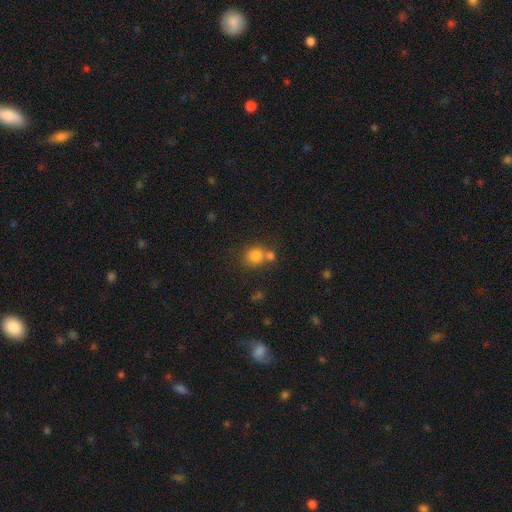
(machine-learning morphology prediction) The model was most divided on "merging": none: 54%, merger: 33%, minor disturbance: 9%, major disturbance: 4%. More confident: how rounded — round (81%); smooth or featured — smooth (81%).